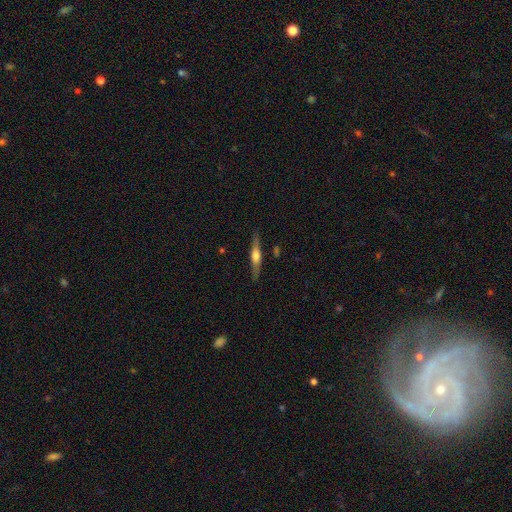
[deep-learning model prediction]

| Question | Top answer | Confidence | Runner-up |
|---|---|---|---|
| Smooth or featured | featured or disk | 66% | smooth (28%) |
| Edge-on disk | yes | 96% | no (4%) |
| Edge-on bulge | rounded | 85% | boxy (10%) |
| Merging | none | 87% | minor disturbance (9%) |